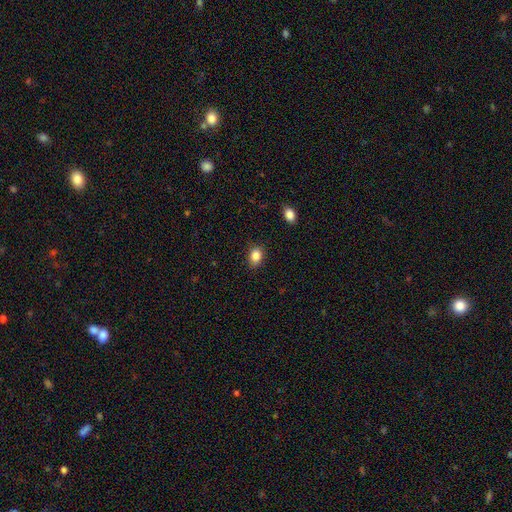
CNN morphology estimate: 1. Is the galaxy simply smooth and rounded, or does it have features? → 86% smooth, 9% star or artifact, 5% featured or disk.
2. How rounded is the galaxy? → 71% in between, 27% round, 1% cigar-shaped.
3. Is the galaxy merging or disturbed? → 84% none, 12% minor disturbance, 3% major disturbance, 1% merger.